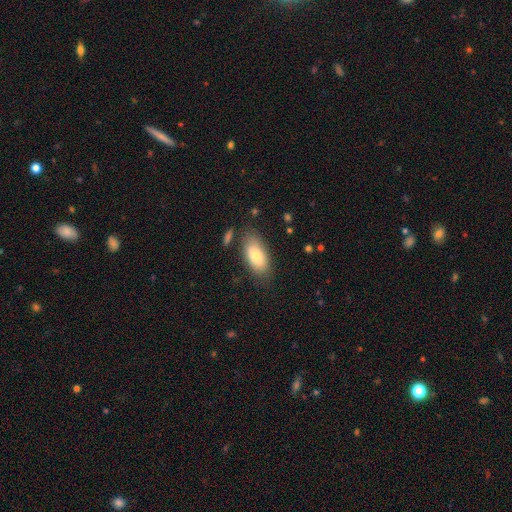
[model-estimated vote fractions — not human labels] This appears to be a smooth galaxy with no disk features (79%) that is in between round and cigar-shaped (90%). Merging: none (77%).